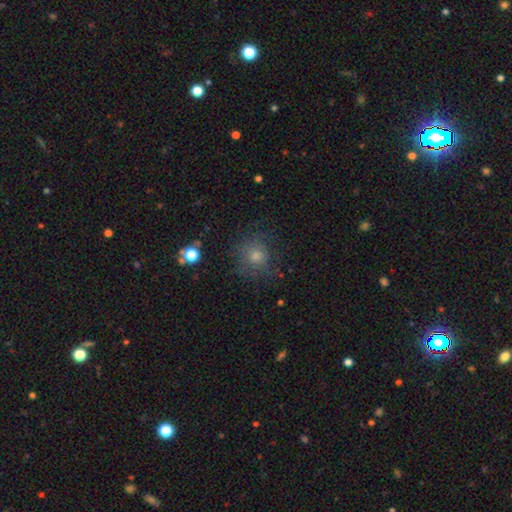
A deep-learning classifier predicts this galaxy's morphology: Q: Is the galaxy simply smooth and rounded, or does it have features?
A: smooth — 61%.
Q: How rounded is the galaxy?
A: round — 90%.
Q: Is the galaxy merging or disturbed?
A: none — 78%.